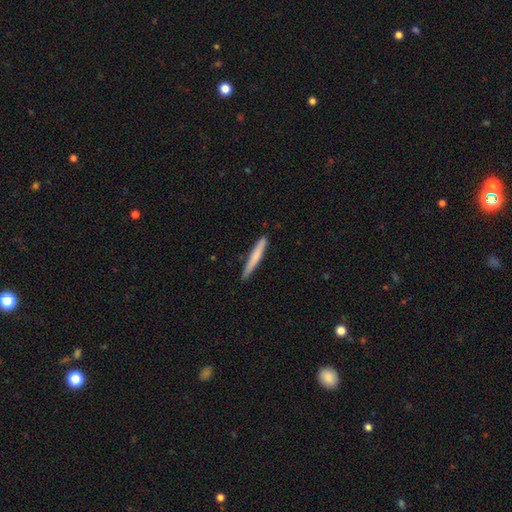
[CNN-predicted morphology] smooth_or_featured: smooth (p=0.71) [alt: featured or disk p=0.24]
how_rounded: cigar-shaped (p=0.96) [alt: in between p=0.03]
merging: none (p=0.85) [alt: minor disturbance p=0.12]